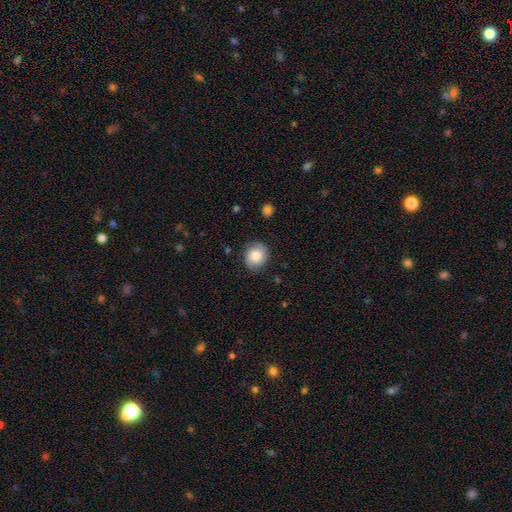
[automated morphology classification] Overall: smooth (73%). How rounded: round (74%). Merging: none (76%).